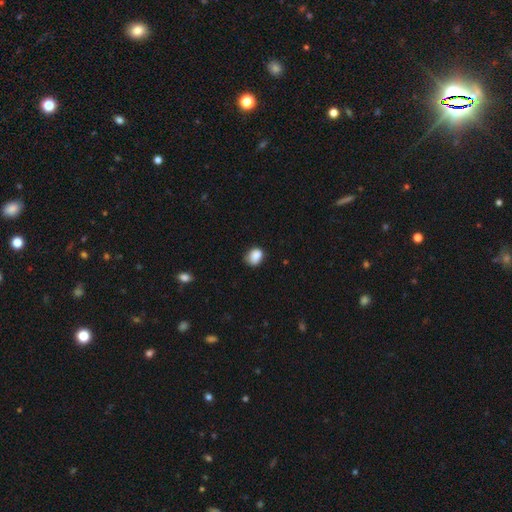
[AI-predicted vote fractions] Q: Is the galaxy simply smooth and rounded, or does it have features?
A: smooth — 86%.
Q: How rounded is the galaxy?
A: round — 52%.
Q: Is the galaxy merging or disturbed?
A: none — 62%.